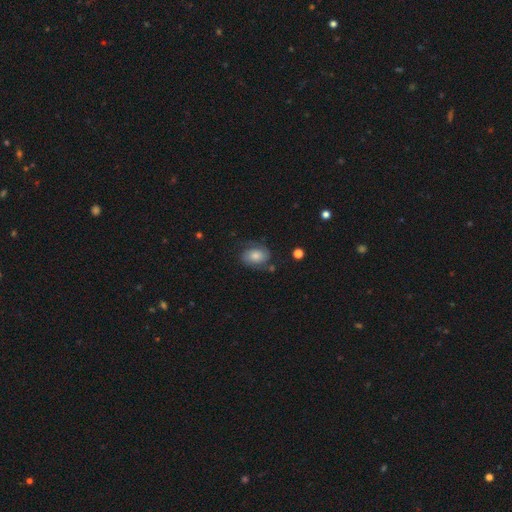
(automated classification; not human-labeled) Smooth or featured? smooth (52%)
How rounded? in between (76%)
Merging? none (65%)